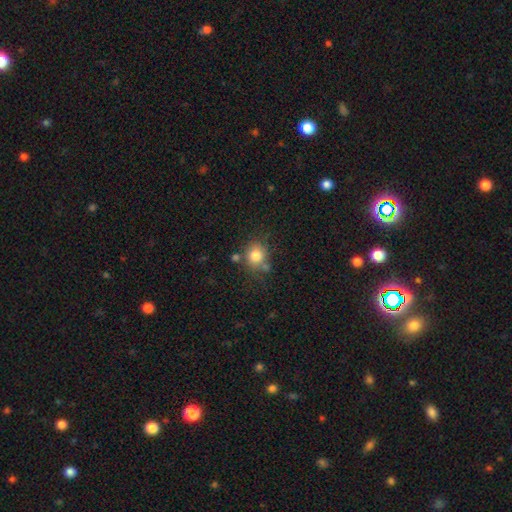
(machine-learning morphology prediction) Smooth or featured? Predicted: smooth (p=0.81). How rounded? Predicted: round (p=0.77). Merging? Predicted: none (p=0.63).